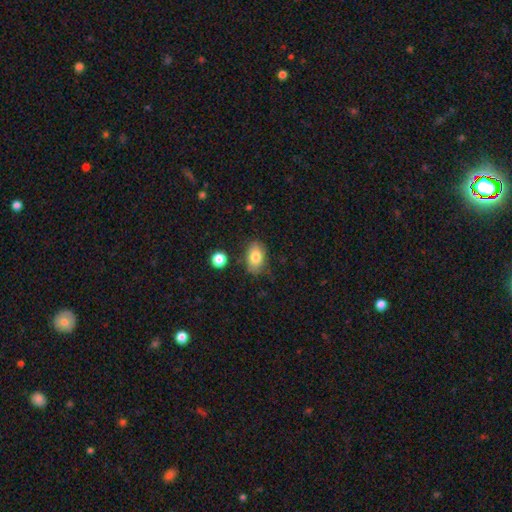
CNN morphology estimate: smooth-or-featured: smooth: 81% | featured or disk: 11% | star or artifact: 8%
  how-rounded: in between: 87% | round: 12% | cigar-shaped: 2%
  merging: none: 78% | minor disturbance: 15% | major disturbance: 4% | merger: 3%